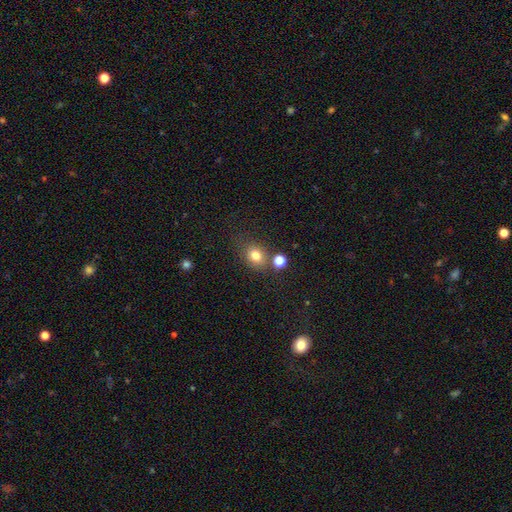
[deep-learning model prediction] This is likely a smooth galaxy (78%). How rounded: possibly round (57%). Merging: likely none (68%).